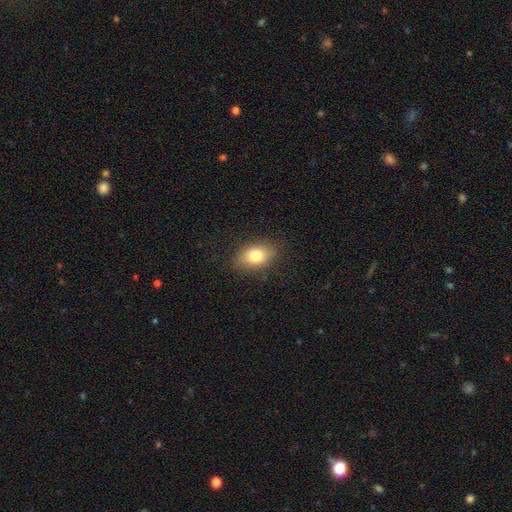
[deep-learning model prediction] A smooth galaxy with no disk features (79%) that is in between round and cigar-shaped (83%).

Vote fractions:
- Smooth or featured? smooth: 79% / featured or disk: 12% / star or artifact: 9%
- How rounded? in between: 83% / round: 15% / cigar-shaped: 2%
- Merging? none: 85% / minor disturbance: 11% / major disturbance: 3% / merger: 1%